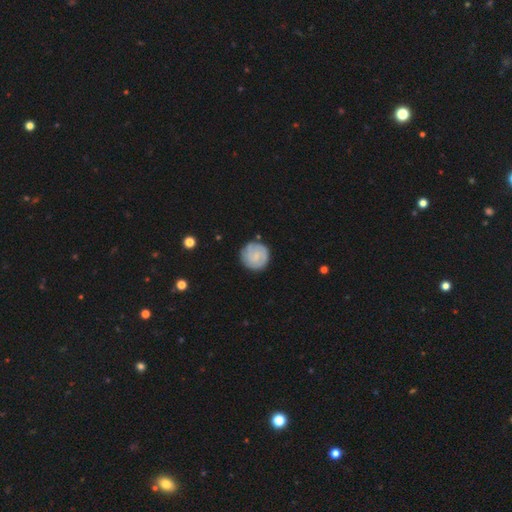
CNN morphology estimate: A featured or disk galaxy (55%) with no bar (57%), spiral arms (89%) and a small central bulge (49%).

Vote fractions:
- Smooth or featured? featured or disk: 55% / smooth: 38% / star or artifact: 6%
- Edge-on disk? no: 98% / yes: 2%
- Bar? no: 57% / weak: 37% / strong: 6%
- Spiral arms? yes: 89% / no: 11%
- Bulge size? small: 49% / none: 32% / moderate: 16% / large: 2% / dominant: 1%
- Merging? none: 84% / minor disturbance: 11% / major disturbance: 3% / merger: 1%